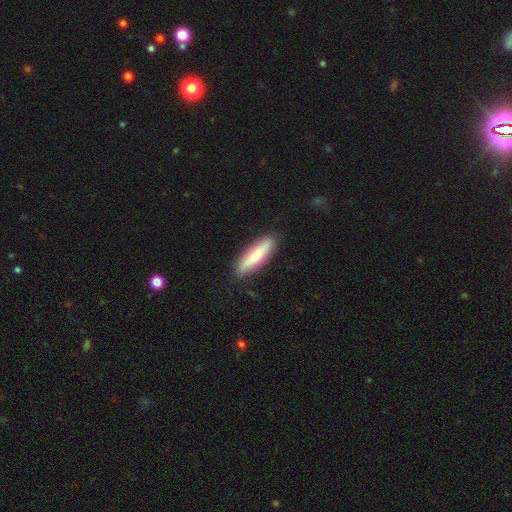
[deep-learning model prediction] Overall: smooth (71%). How rounded: cigar-shaped (68%; in between 31%). Merging: none (88%).